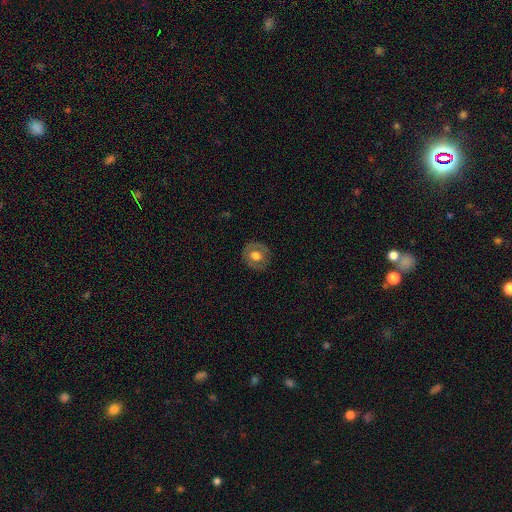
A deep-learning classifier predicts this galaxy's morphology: This is possibly a smooth galaxy (52%). How rounded: likely round (76%). Merging: clearly none (82%).